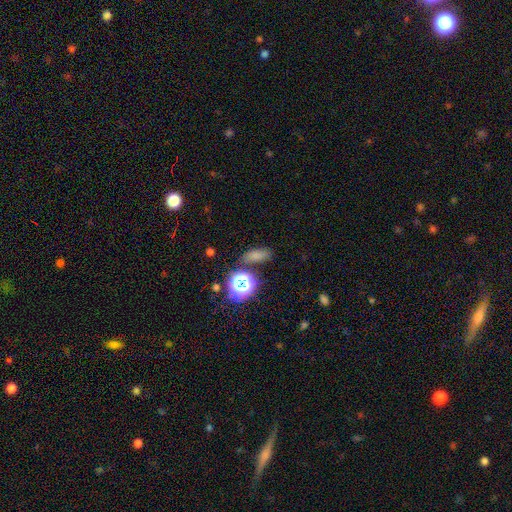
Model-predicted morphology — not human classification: This is likely a smooth galaxy (68%). How rounded: likely in between (69%). Merging: likely none (73%).